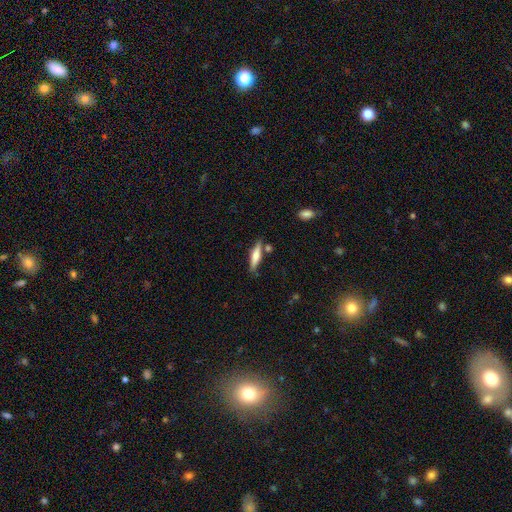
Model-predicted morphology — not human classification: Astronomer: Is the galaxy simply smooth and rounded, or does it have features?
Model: smooth — 54% (runner-up: featured or disk, 40%).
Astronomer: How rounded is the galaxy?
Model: cigar-shaped — 78%.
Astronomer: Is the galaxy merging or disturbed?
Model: none — 78%.